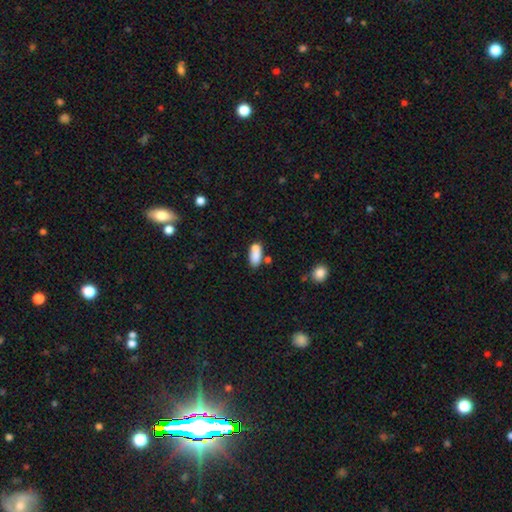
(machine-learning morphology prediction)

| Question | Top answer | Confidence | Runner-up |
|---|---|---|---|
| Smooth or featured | smooth | 80% | featured or disk (12%) |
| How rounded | in between | 84% | cigar-shaped (13%) |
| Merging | none | 49% | merger (30%) |